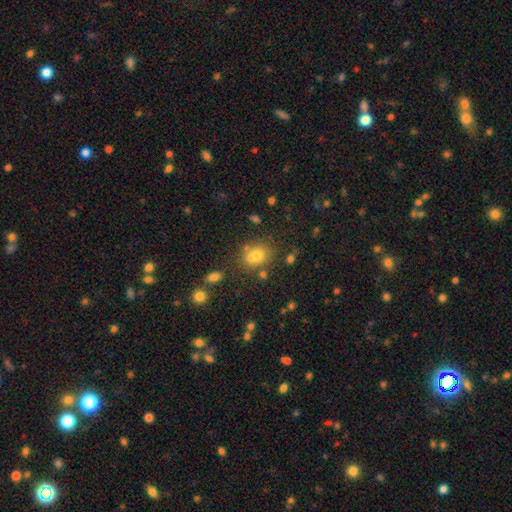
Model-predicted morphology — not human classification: A smooth galaxy with no disk features (75%) that is in between round and cigar-shaped (62%). Merging: none (65%).